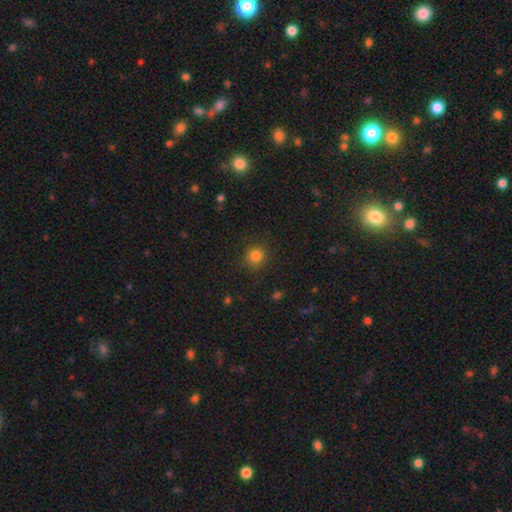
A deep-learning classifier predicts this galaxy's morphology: Overall: smooth (83%). How rounded: round (90%). Merging: none (87%).